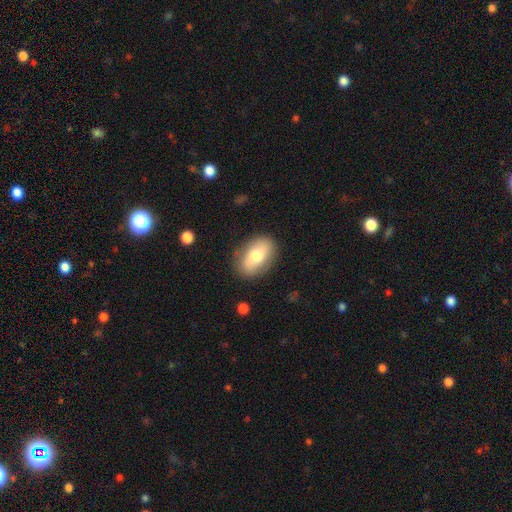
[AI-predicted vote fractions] Morphology: type=smooth (66%); roundness=in between (88%); merging=none (84%).